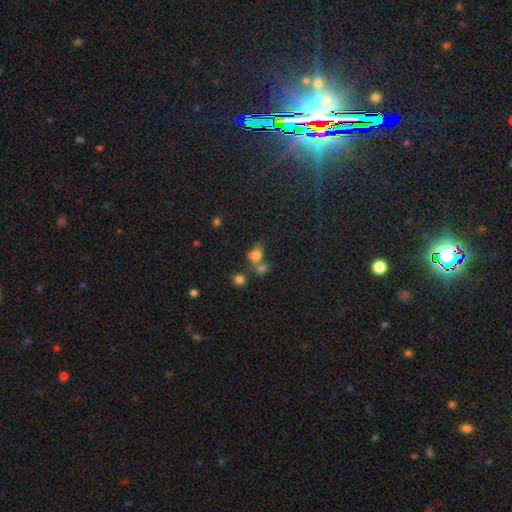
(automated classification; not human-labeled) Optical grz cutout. It shows a smooth galaxy with no disk features (69%) that is in between round and cigar-shaped (58%). Merging: merger (53%).